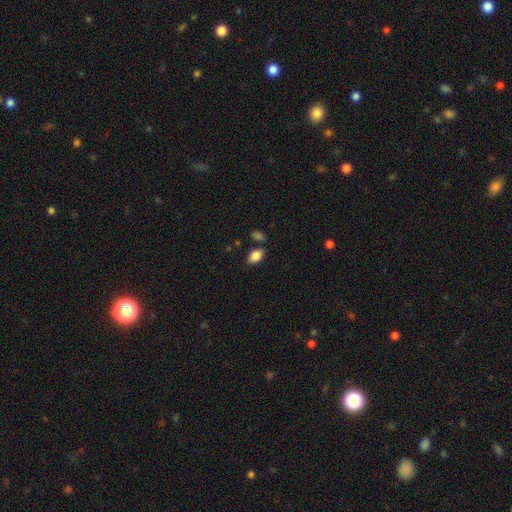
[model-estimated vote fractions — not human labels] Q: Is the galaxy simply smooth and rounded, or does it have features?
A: smooth — 86%.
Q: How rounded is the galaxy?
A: in between — 89%.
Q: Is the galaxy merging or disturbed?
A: none — 79%.